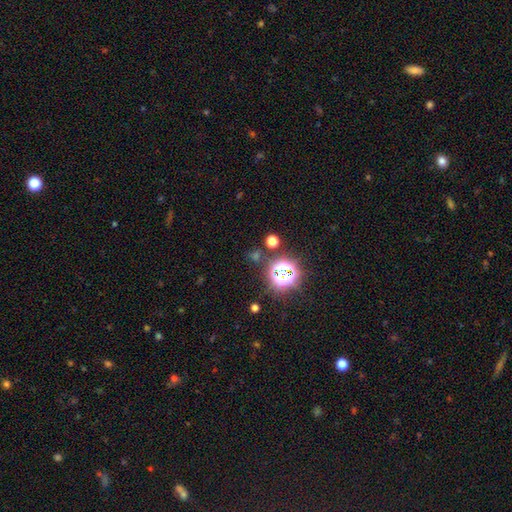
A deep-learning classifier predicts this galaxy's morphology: smooth_or_featured: star or artifact (p=0.65) [alt: smooth p=0.27]